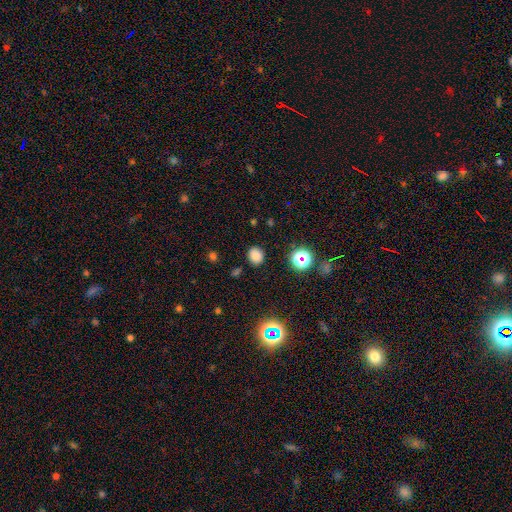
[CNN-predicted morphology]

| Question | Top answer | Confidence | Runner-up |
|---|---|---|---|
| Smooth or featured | smooth | 77% | star or artifact (17%) |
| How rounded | round | 65% | in between (34%) |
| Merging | none | 86% | minor disturbance (9%) |